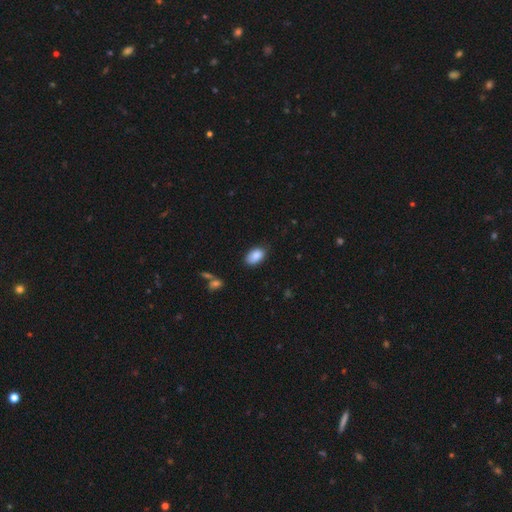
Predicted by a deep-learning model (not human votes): This is clearly a smooth galaxy (87%). How rounded: clearly in between (91%). Merging: likely none (77%).